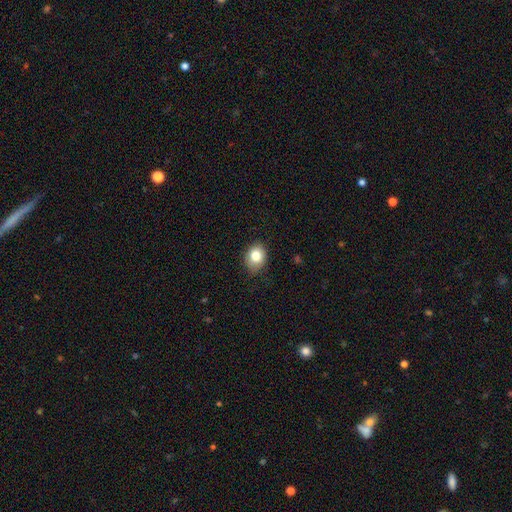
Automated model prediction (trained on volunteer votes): Smooth or featured: smooth — 81% (star or artifact — 10%)
How rounded: in between — 54% (round — 45%)
Merging: none — 79% (minor disturbance — 17%)